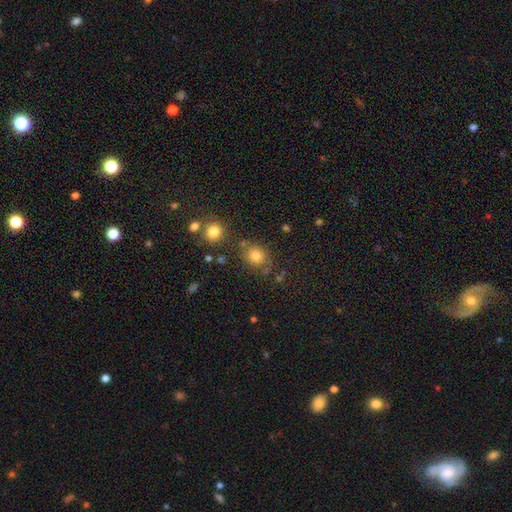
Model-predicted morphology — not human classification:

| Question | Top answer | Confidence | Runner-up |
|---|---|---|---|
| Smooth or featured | smooth | 79% | star or artifact (14%) |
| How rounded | round | 76% | in between (23%) |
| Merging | none | 73% | minor disturbance (12%) |